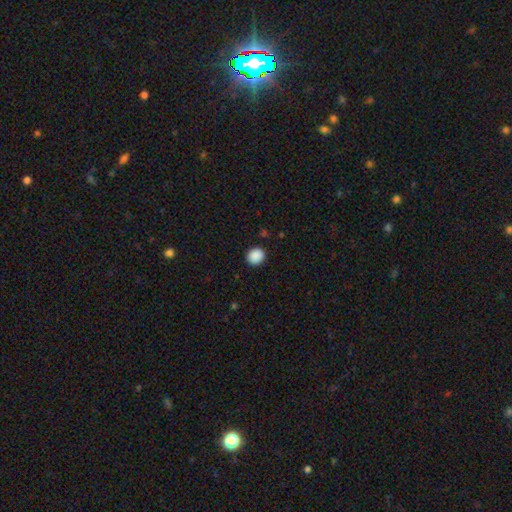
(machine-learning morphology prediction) Smooth or featured?
  - smooth: 89% *
  - star or artifact: 8%
  - featured or disk: 2%
How rounded?
  - round: 76% *
  - in between: 23%
  - cigar-shaped: 1%
Merging?
  - none: 90% *
  - minor disturbance: 7%
  - major disturbance: 2%
  - merger: 1%